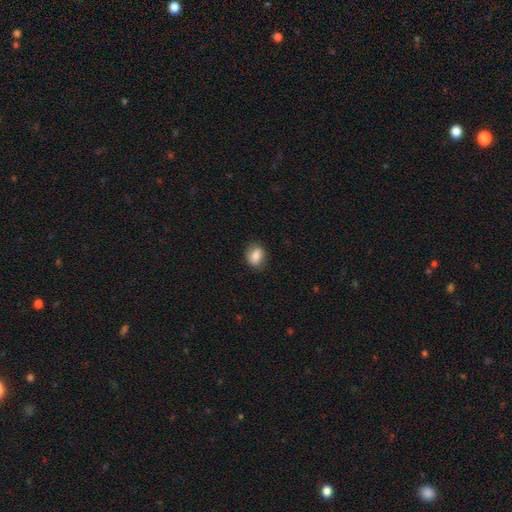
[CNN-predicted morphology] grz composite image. It shows a smooth galaxy with no disk features (77%) that is in between round and cigar-shaped (61%). Merging: none (80%).